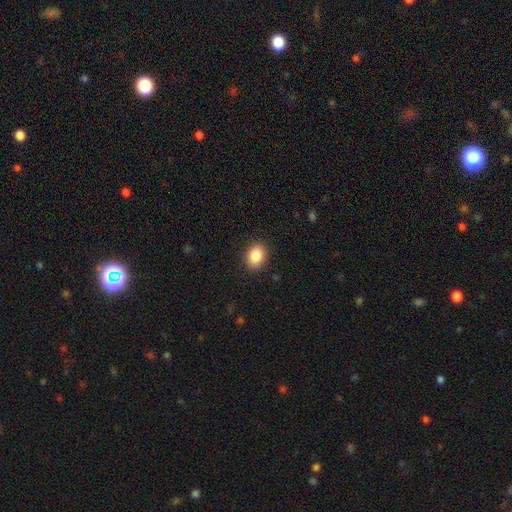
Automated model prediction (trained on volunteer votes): Overall: smooth (86%). How rounded: in between (65%; round 34%). Merging: none (89%).